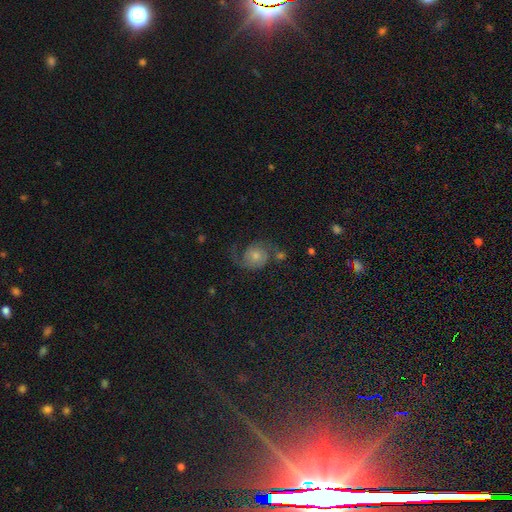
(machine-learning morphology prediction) Smooth or featured?
  - featured or disk: 62% *
  - smooth: 20%
  - star or artifact: 18%
Edge-on disk?
  - no: 97% *
  - yes: 3%
Bar?
  - no: 79% *
  - weak: 18%
  - strong: 3%
Spiral arms?
  - yes: 92% *
  - no: 8%
Spiral winding?
  - medium: 45% *
  - loose: 28%
  - tight: 27%
Spiral arm count?
  - 2: 70% *
  - 1: 17%
  - can't tell: 7%
  - 3: 2%
  - 4: 2%
  - more than 4: 2%
Bulge size?
  - moderate: 47% *
  - small: 42%
  - large: 6%
  - none: 3%
  - dominant: 2%
Merging?
  - none: 60% *
  - minor disturbance: 19%
  - major disturbance: 17%
  - merger: 5%